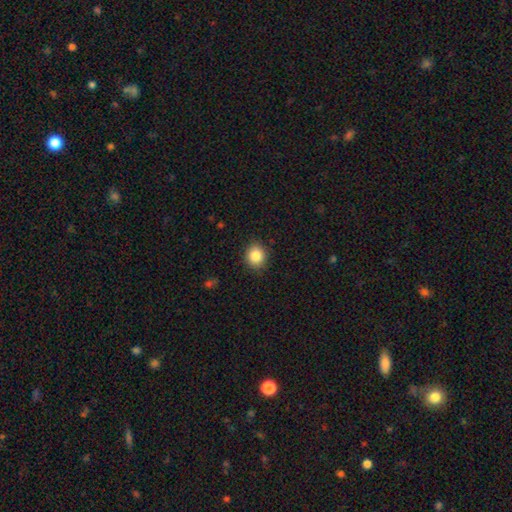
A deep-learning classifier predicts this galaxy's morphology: This appears to be a smooth galaxy with no disk features (85%) that is round (79%). Merging: none (88%).